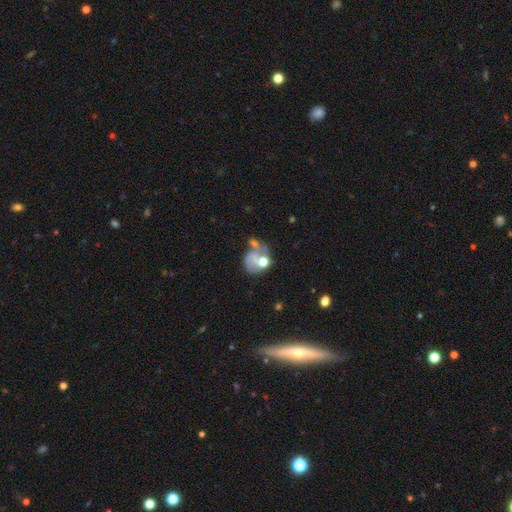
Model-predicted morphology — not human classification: The model was most divided on "merging": major disturbance: 32%, none: 28%, merger: 24%, minor disturbance: 17%. Remaining: smooth or featured — featured or disk (50%).